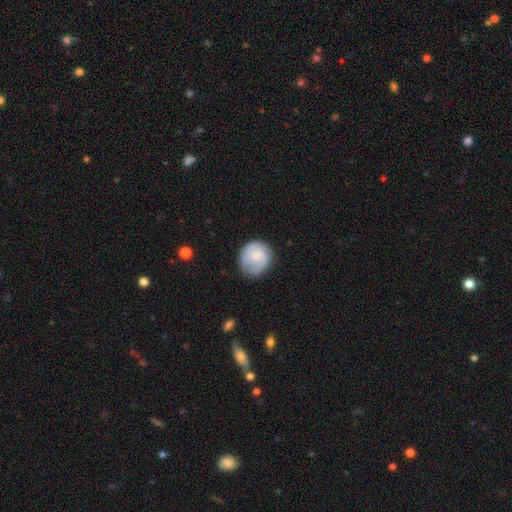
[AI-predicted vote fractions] Smooth or featured? Predicted: smooth (p=0.50). How rounded? Predicted: round (p=0.84). Merging? Predicted: none (p=0.72).